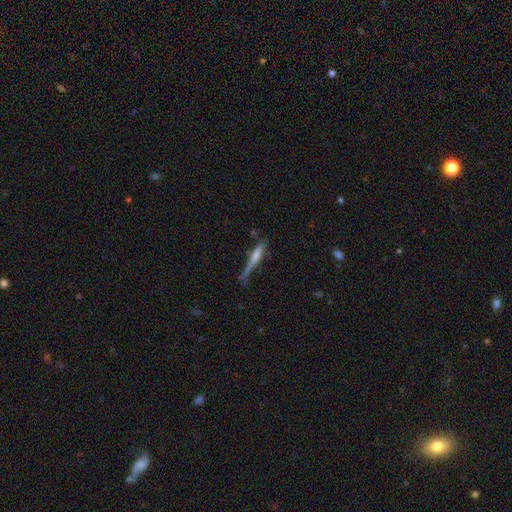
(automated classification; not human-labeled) A featured or disk galaxy (50%).

Vote fractions:
- Smooth or featured? featured or disk: 50% / smooth: 42% / star or artifact: 8%
- Merging? none: 50% / minor disturbance: 30% / major disturbance: 14% / merger: 6%